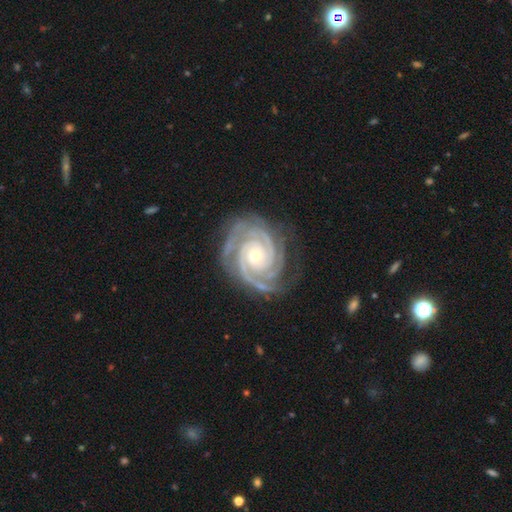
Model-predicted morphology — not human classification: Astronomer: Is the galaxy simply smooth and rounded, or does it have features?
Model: featured or disk — 94%.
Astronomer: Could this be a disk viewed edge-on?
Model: no — 98%.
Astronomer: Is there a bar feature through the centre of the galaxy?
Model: no — 74%.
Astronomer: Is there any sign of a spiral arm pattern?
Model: yes — 99%.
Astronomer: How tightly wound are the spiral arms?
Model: tight — 82%.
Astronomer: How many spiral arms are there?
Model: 3 — 39% (runner-up: 2, 19%).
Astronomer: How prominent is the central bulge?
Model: small — 58% (runner-up: moderate, 39%).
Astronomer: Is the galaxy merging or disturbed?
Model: none — 78%.